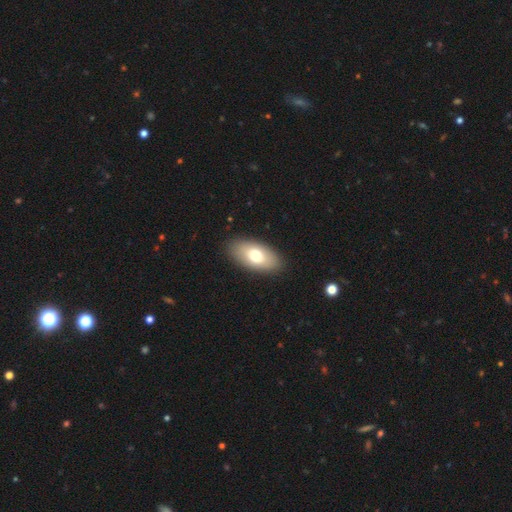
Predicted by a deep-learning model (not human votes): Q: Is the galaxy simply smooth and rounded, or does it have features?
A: smooth — 72%.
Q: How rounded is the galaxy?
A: in between — 93%.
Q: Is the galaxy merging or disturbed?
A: none — 88%.